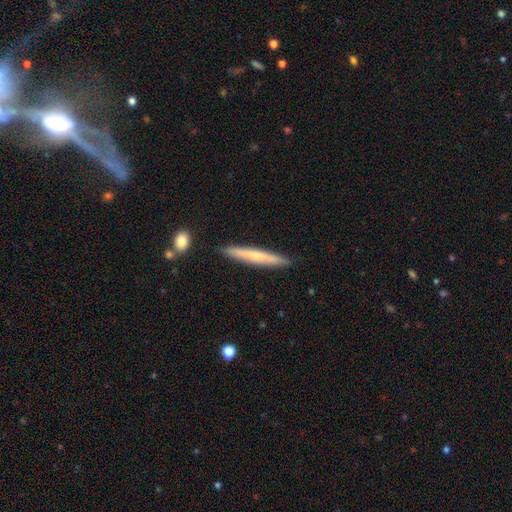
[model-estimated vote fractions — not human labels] smooth-or-featured: smooth: 50% | featured or disk: 45% | star or artifact: 6%
  merging: none: 89% | minor disturbance: 8% | merger: 2% | major disturbance: 1%